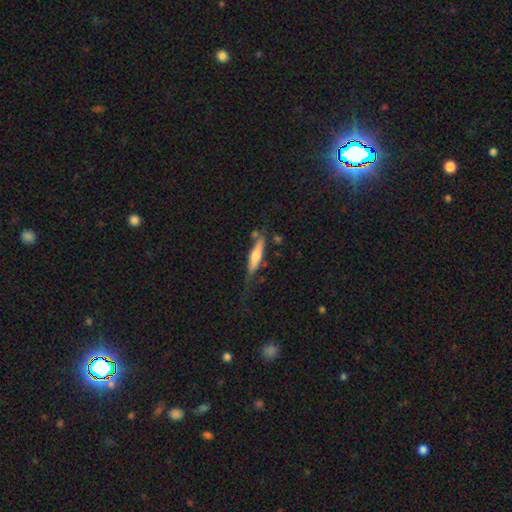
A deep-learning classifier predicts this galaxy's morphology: A featured or disk galaxy (50%) viewed edge-on (89%).

Vote fractions:
- Smooth or featured? featured or disk: 50% / smooth: 44% / star or artifact: 5%
- Edge-on disk? yes: 89% / no: 11%
- Merging? none: 54% / minor disturbance: 27% / major disturbance: 11% / merger: 8%